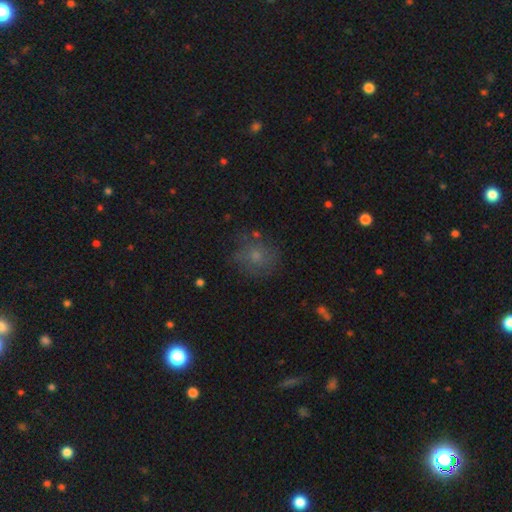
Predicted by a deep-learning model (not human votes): A smooth galaxy with no disk features (62%) that is round (81%).

Vote fractions:
- Smooth or featured? smooth: 62% / featured or disk: 20% / star or artifact: 18%
- How rounded? round: 81% / in between: 18% / cigar-shaped: 1%
- Merging? none: 71% / minor disturbance: 18% / major disturbance: 8% / merger: 3%